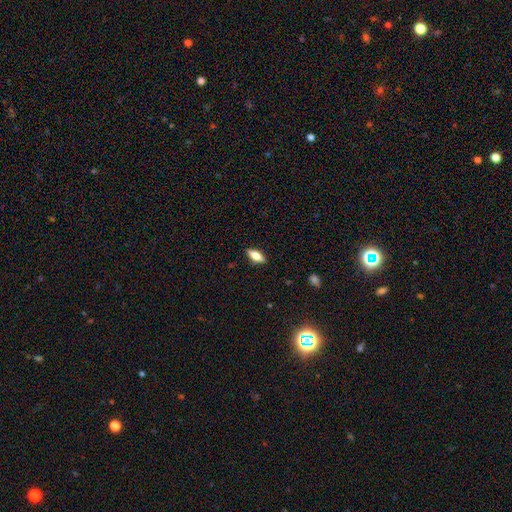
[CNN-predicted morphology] This appears to be a smooth galaxy with no disk features (61%) that is in between round and cigar-shaped (73%). Merging: none (87%).